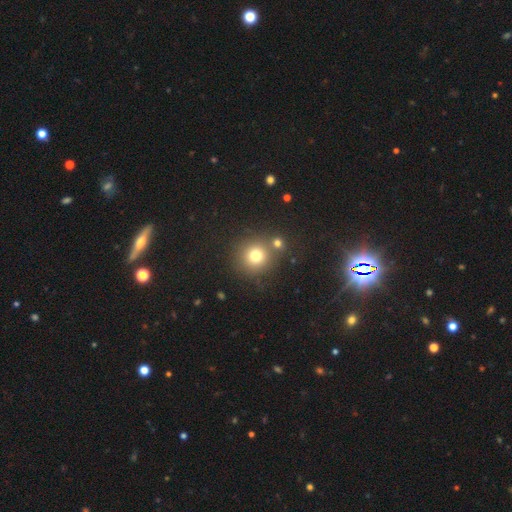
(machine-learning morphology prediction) Smooth or featured: smooth — 75% (star or artifact — 16%)
How rounded: round — 92% (in between — 7%)
Merging: none — 73% (merger — 16%)